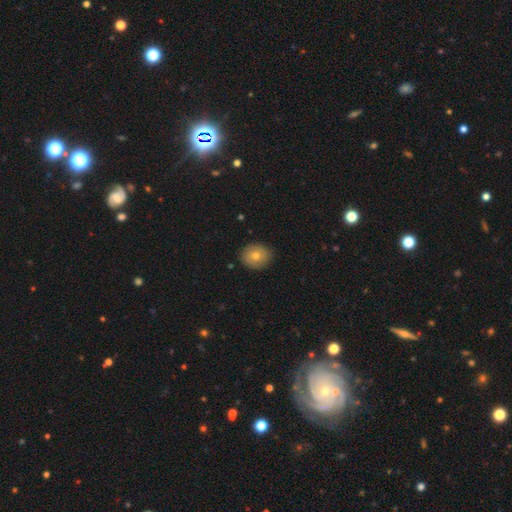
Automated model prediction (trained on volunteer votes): This appears to be a smooth galaxy with no disk features (74%) that is round (67%). Merging: none (86%).